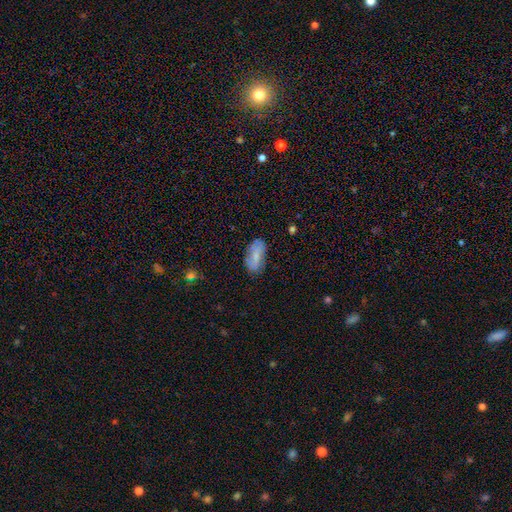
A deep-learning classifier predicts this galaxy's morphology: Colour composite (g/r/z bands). It shows a smooth galaxy with no disk features (65%) that is in between round and cigar-shaped (90%). Merging: none (73%).